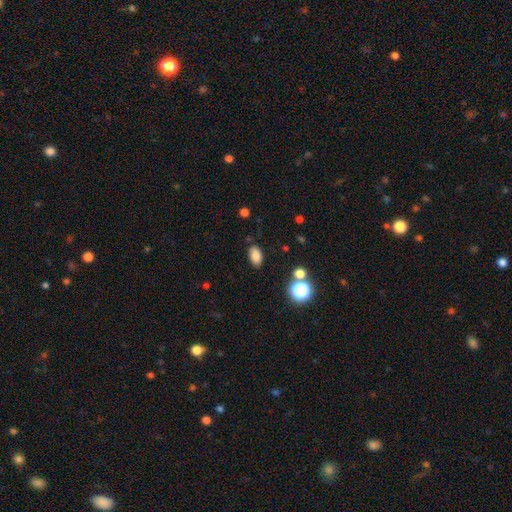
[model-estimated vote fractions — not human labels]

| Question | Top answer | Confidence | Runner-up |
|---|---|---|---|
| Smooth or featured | smooth | 82% | star or artifact (12%) |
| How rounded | in between | 89% | round (9%) |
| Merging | none | 85% | minor disturbance (10%) |